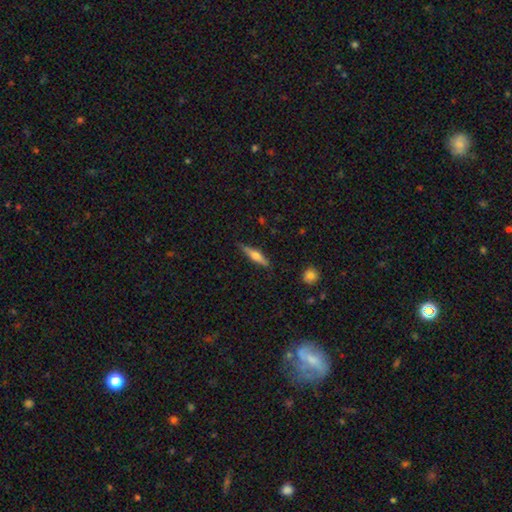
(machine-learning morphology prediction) The model was most divided on "smooth or featured": featured or disk: 52%, smooth: 42%, star or artifact: 6%. More confident: edge-on disk — yes (95%); merging — none (86%).